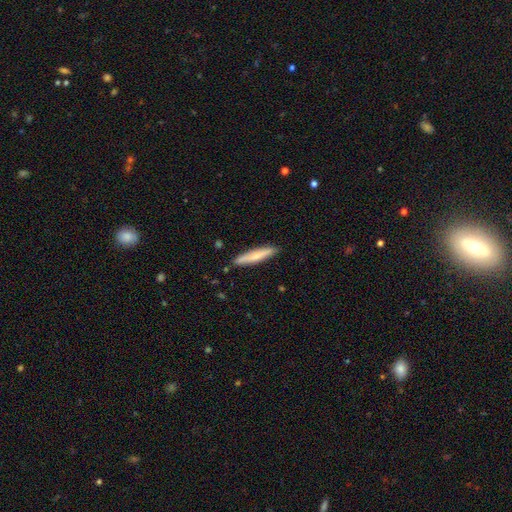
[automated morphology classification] smooth_or_featured: smooth (p=0.67) [alt: featured or disk p=0.27]
how_rounded: cigar-shaped (p=0.92) [alt: in between p=0.07]
merging: none (p=0.89) [alt: minor disturbance p=0.08]